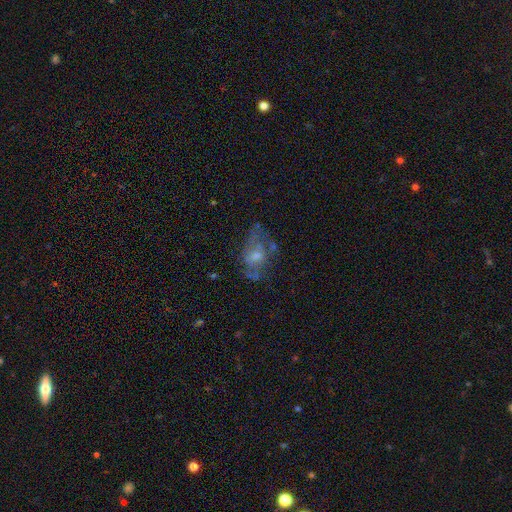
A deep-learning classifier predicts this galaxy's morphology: Smooth or featured? Predicted: featured or disk (p=0.57). Edge-on disk? Predicted: no (p=0.95). Bar? Predicted: no (p=0.69). Spiral arms? Predicted: no (p=0.61). Bulge size? Predicted: moderate (p=0.43). Merging? Predicted: none (p=0.41).